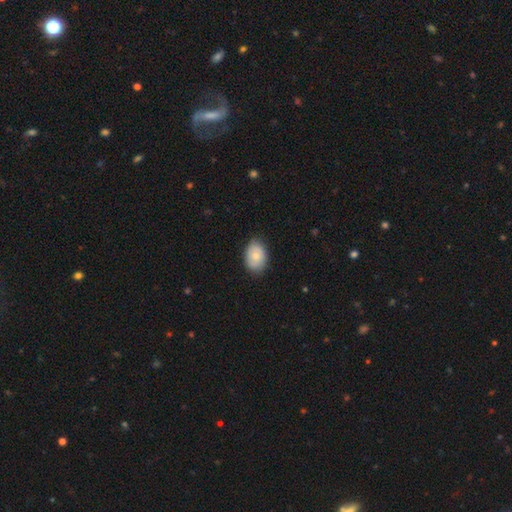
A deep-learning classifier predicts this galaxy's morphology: smooth_or_featured: smooth (p=0.77) [alt: featured or disk p=0.16]
how_rounded: in between (p=0.77) [alt: round p=0.22]
merging: none (p=0.81) [alt: minor disturbance p=0.15]